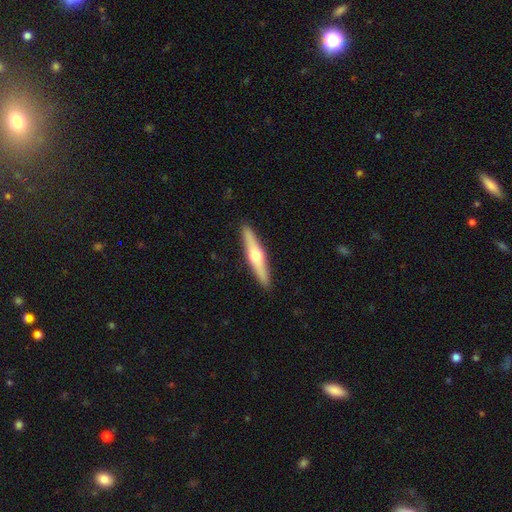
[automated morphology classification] type=featured or disk (60%); edge-on=yes (95%); edge-on bulge=rounded (94%); merging=none (91%).